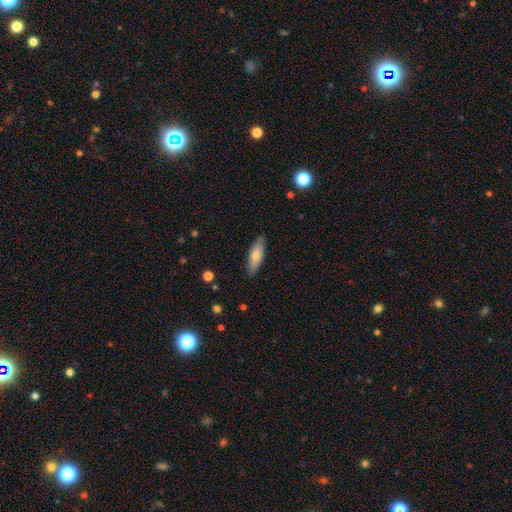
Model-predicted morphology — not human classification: A smooth galaxy with no disk features (64%) that is cigar-shaped (53%). Merging: none (88%).